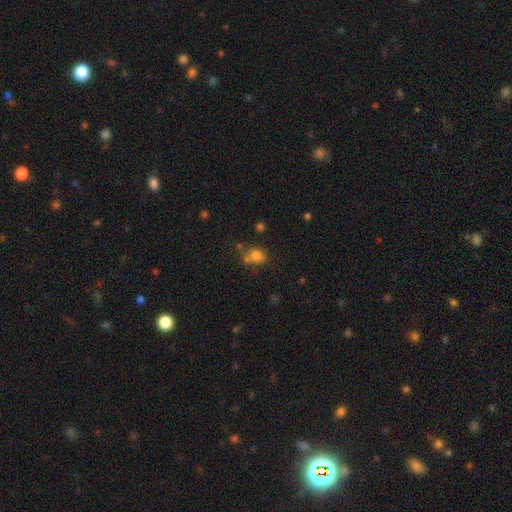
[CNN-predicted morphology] Overall: smooth (72%). How rounded: round (61%; in between 37%). Merging: none (49%; merger 25%).